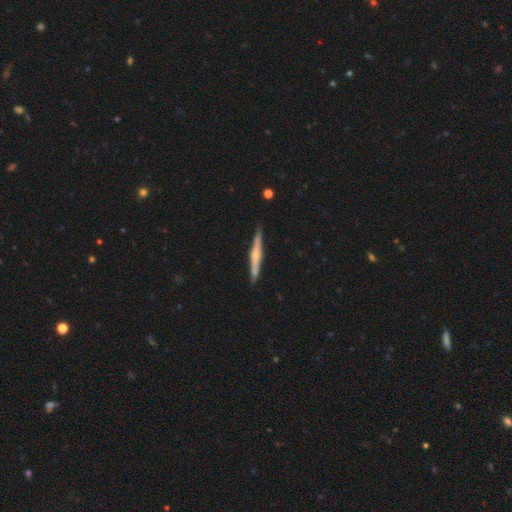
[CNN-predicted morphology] Smooth or featured? featured or disk (65%)
Edge-on disk? yes (97%)
Edge-on bulge? rounded (70%)
Merging? none (87%)